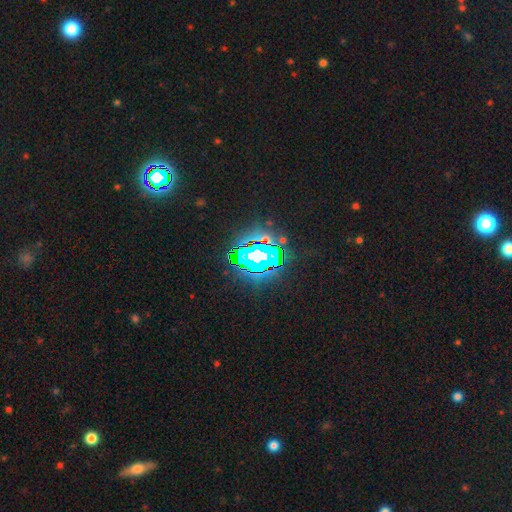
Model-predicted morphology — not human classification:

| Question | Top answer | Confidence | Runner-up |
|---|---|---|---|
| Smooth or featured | star or artifact | 72% | featured or disk (14%) |